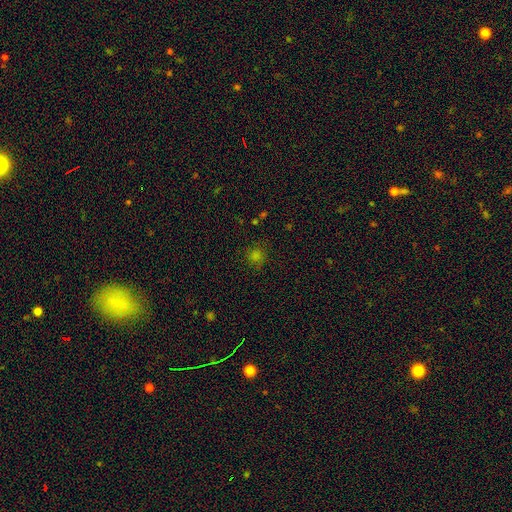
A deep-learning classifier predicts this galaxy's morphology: Smooth or featured? Predicted: smooth (p=0.67). How rounded? Predicted: round (p=0.89). Merging? Predicted: none (p=0.84).